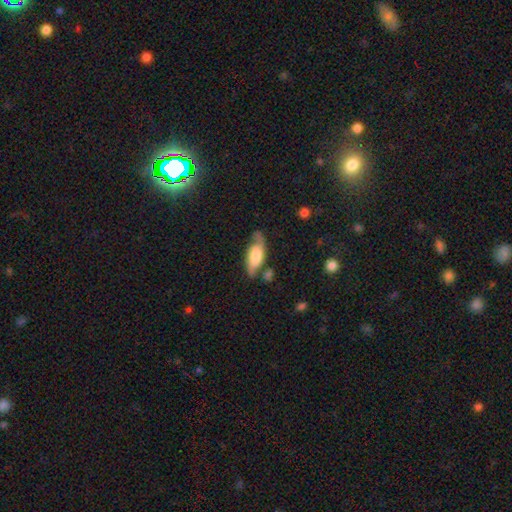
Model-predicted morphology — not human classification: smooth_or_featured: featured or disk (p=0.54) [alt: smooth p=0.39]
disk_edge_on: no (p=0.81) [alt: yes p=0.19]
merging: none (p=0.60) [alt: minor disturbance p=0.24]